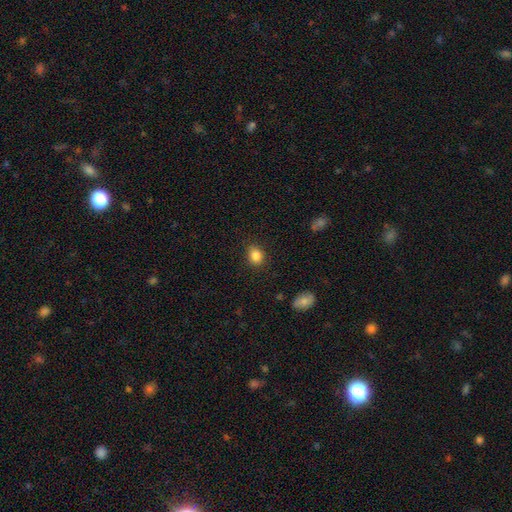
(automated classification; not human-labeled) A smooth galaxy with no disk features (85%) that is round (51%). Merging: none (85%).